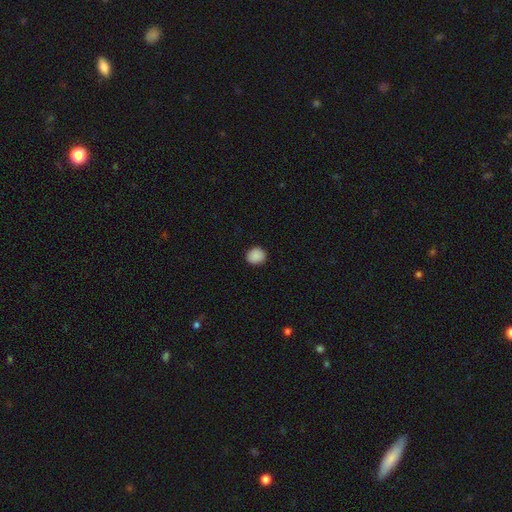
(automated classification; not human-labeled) This is clearly a smooth galaxy (89%). How rounded: clearly round (82%). Merging: clearly none (89%).